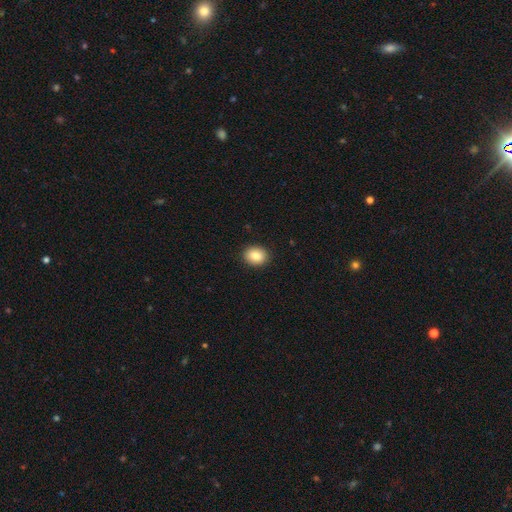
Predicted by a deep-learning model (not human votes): A smooth galaxy with no disk features (85%) that is round (61%). Merging: none (91%).